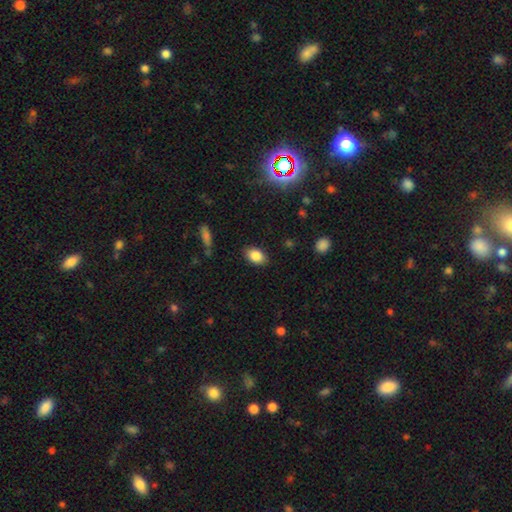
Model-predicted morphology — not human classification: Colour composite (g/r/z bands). It shows a smooth galaxy with no disk features (84%) that is in between round and cigar-shaped (86%). Merging: none (86%).